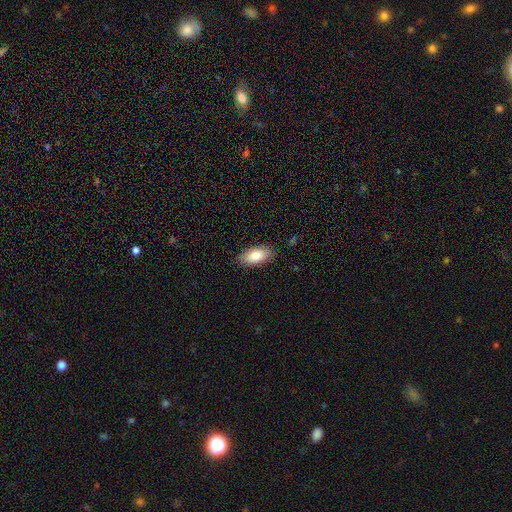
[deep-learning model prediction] Smooth or featured?
  - smooth: 81% *
  - featured or disk: 12%
  - star or artifact: 7%
How rounded?
  - in between: 90% *
  - cigar-shaped: 7%
  - round: 3%
Merging?
  - none: 85% *
  - minor disturbance: 12%
  - major disturbance: 2%
  - merger: 1%